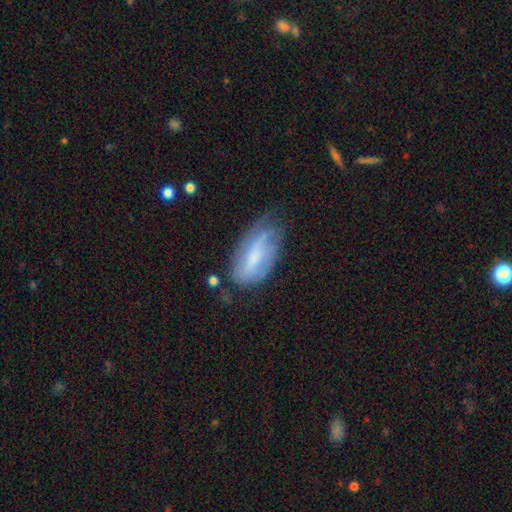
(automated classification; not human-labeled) The model was most divided on "smooth or featured": smooth: 47%, featured or disk: 45%, star or artifact: 8%. Remaining: merging — none (45%).